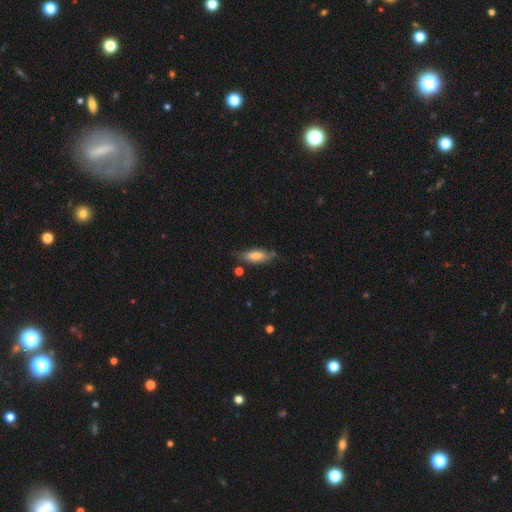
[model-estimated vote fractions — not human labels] This is likely a smooth galaxy (72%). How rounded: likely in between (63%). Merging: likely none (66%).